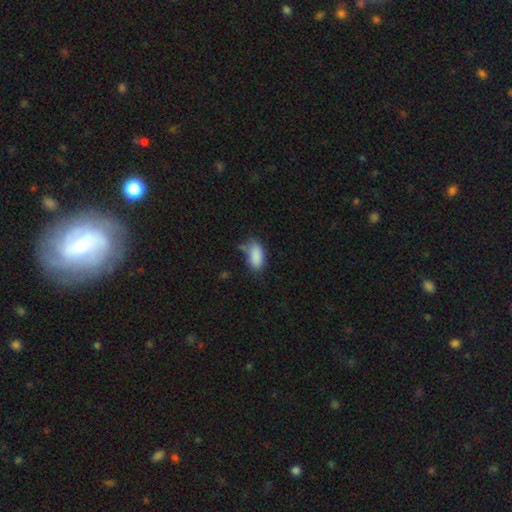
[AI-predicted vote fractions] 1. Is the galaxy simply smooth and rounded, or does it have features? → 86% smooth, 8% star or artifact, 6% featured or disk.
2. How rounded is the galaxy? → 90% in between, 7% cigar-shaped, 3% round.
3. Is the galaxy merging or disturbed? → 51% none, 31% minor disturbance, 11% major disturbance, 7% merger.